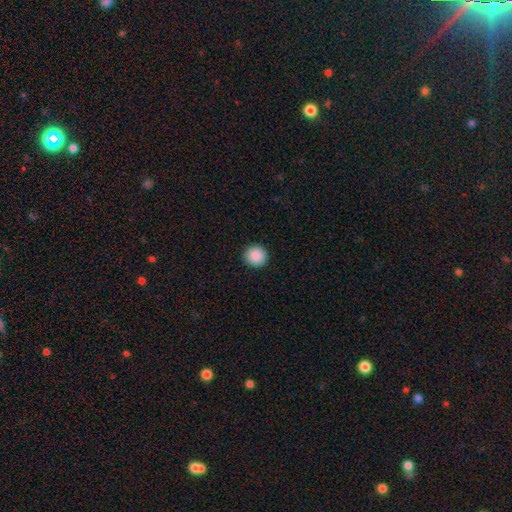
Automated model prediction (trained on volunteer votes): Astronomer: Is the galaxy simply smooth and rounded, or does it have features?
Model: smooth — 89%.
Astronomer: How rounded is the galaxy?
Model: round — 94%.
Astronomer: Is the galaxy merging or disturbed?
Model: none — 93%.